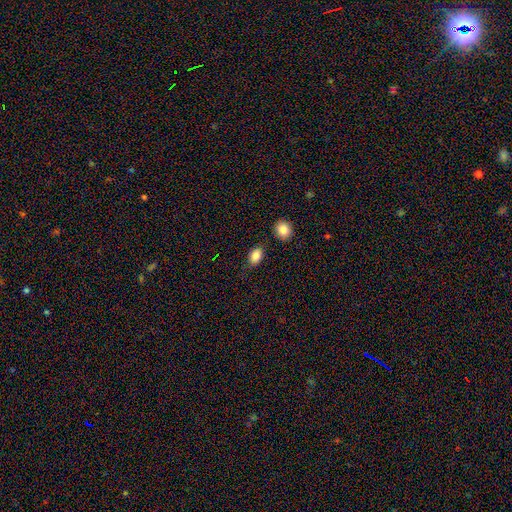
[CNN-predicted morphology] A smooth galaxy with no disk features (86%) that is in between round and cigar-shaped (81%). Merging: none (80%).